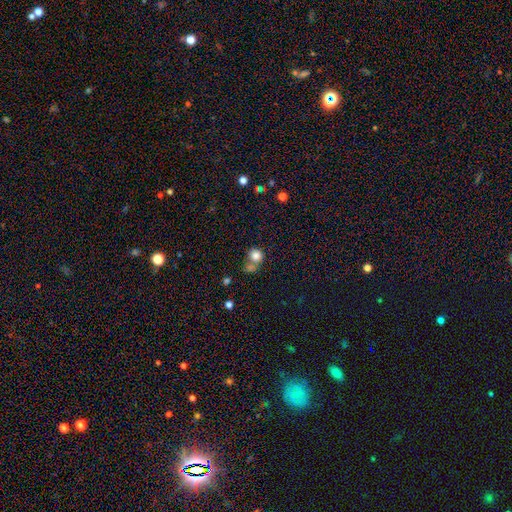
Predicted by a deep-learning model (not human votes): A smooth galaxy with no disk features (81%) that is round (82%).

Vote fractions:
- Smooth or featured? smooth: 81% / star or artifact: 11% / featured or disk: 8%
- How rounded? round: 82% / in between: 17% / cigar-shaped: 1%
- Merging? none: 44% / merger: 39% / minor disturbance: 11% / major disturbance: 6%